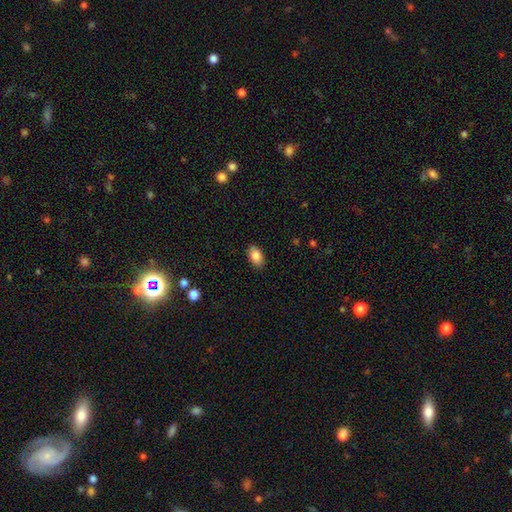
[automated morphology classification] This appears to be a smooth galaxy with no disk features (85%) that is in between round and cigar-shaped (92%). Merging: none (88%).